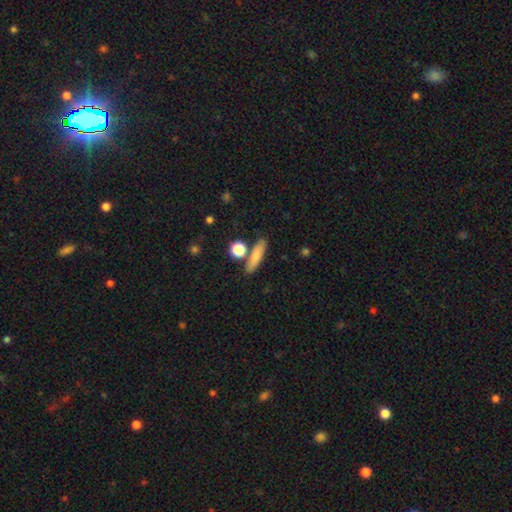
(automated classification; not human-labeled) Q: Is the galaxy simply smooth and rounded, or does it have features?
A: smooth — 78%.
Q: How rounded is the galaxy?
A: cigar-shaped — 68%.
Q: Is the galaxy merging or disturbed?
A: none — 77%.